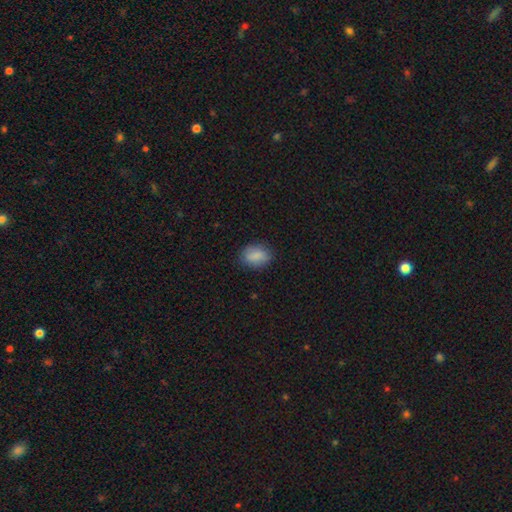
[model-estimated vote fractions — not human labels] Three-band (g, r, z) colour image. It shows a smooth galaxy with no disk features (84%) that is in between round and cigar-shaped (74%). Merging: none (81%).